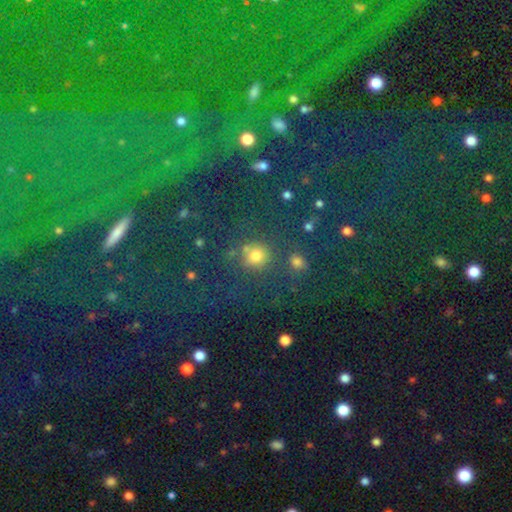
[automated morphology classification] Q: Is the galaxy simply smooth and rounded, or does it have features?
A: smooth — 67%.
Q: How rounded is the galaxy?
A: round — 84%.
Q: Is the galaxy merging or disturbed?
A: none — 66%.